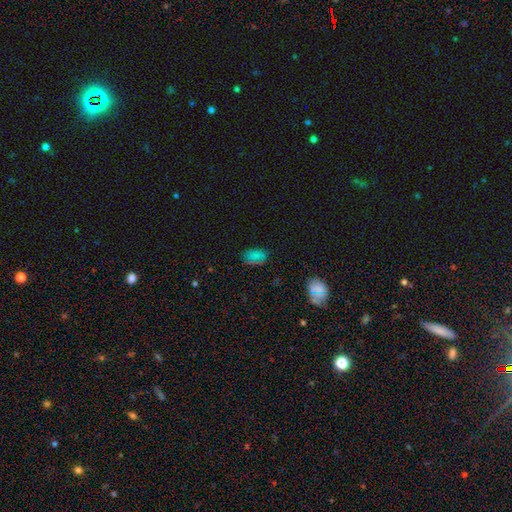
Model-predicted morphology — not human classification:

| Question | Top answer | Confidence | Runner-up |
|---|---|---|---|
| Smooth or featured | smooth | 66% | star or artifact (23%) |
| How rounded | in between | 87% | round (11%) |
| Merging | none | 72% | minor disturbance (19%) |